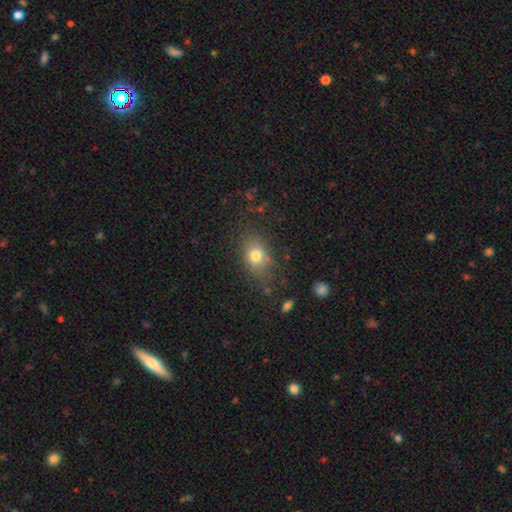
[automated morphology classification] Smooth or featured: smooth — 77% (star or artifact — 12%)
How rounded: in between — 64% (round — 34%)
Merging: none — 72% (minor disturbance — 18%)